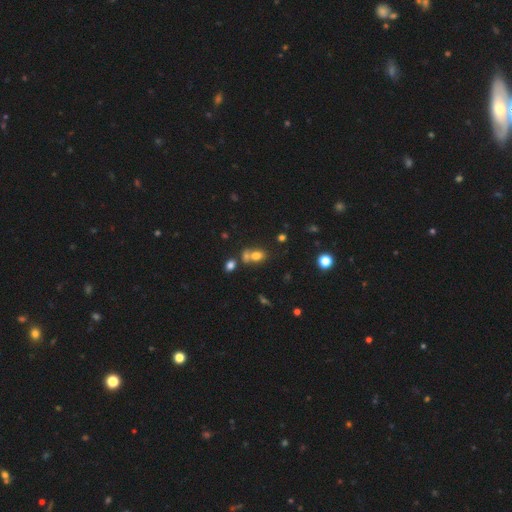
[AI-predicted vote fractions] A smooth galaxy with no disk features (72%) that is in between round and cigar-shaped (62%).

Vote fractions:
- Smooth or featured? smooth: 72% / star or artifact: 15% / featured or disk: 12%
- How rounded? in between: 62% / round: 36% / cigar-shaped: 2%
- Merging? merger: 44% / none: 39% / minor disturbance: 11% / major disturbance: 5%